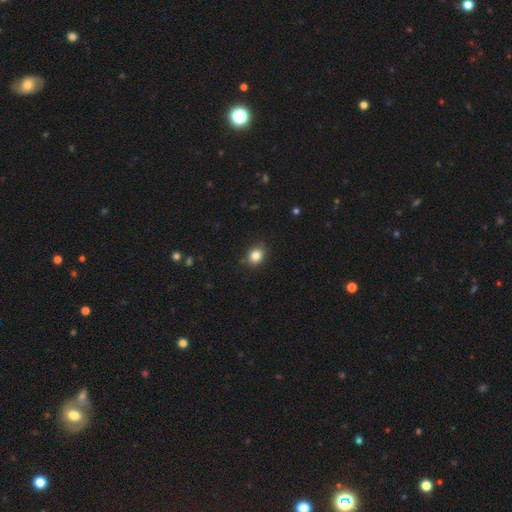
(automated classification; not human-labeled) This is clearly a smooth galaxy (84%). How rounded: possibly round (56%). Merging: clearly none (83%).